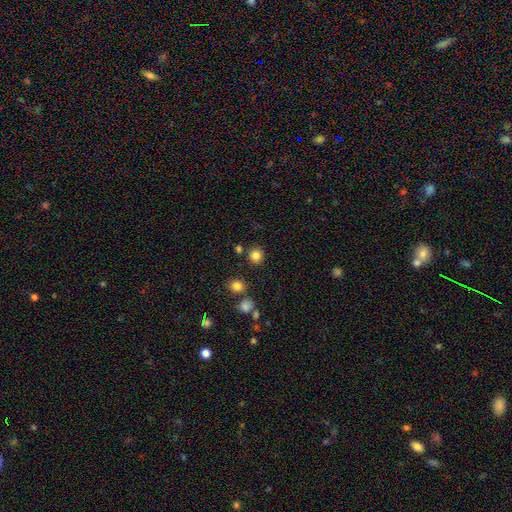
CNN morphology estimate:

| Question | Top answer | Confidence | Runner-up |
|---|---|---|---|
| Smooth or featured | smooth | 83% | star or artifact (12%) |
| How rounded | round | 90% | in between (9%) |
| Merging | none | 86% | minor disturbance (7%) |